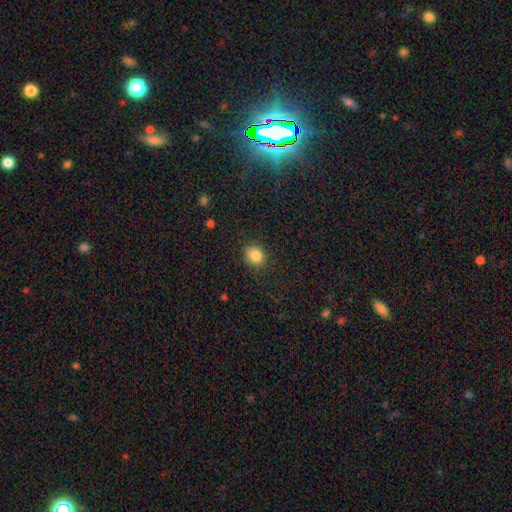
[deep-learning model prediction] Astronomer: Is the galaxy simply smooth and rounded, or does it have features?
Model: smooth — 84%.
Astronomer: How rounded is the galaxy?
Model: round — 66%.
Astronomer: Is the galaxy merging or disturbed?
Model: none — 82%.